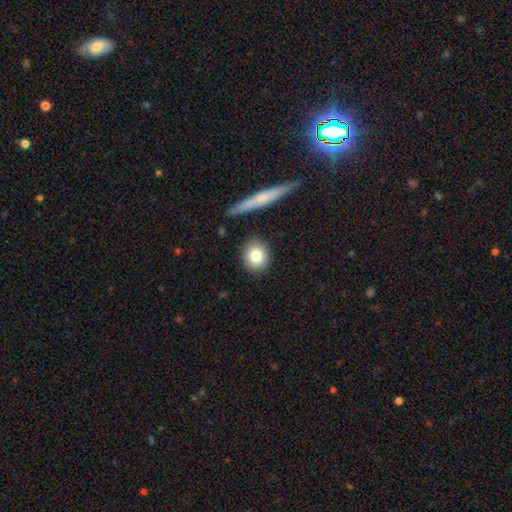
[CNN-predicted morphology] This appears to be a smooth galaxy with no disk features (79%) that is round (77%). Merging: none (87%).